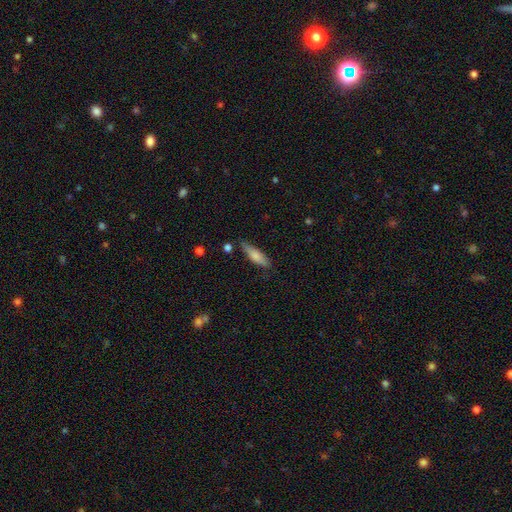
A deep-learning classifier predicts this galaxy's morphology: smooth 73%, featured or disk 21%, star or artifact 6%. Down the decision tree: how rounded — cigar-shaped (60%); merging — none (74%).